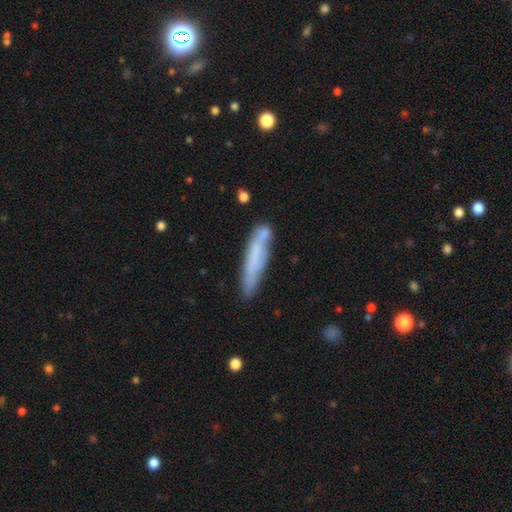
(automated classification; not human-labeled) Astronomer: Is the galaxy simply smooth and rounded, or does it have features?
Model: smooth — 60%.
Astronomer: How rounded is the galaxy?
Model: cigar-shaped — 88%.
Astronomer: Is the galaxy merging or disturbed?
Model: none — 66%.